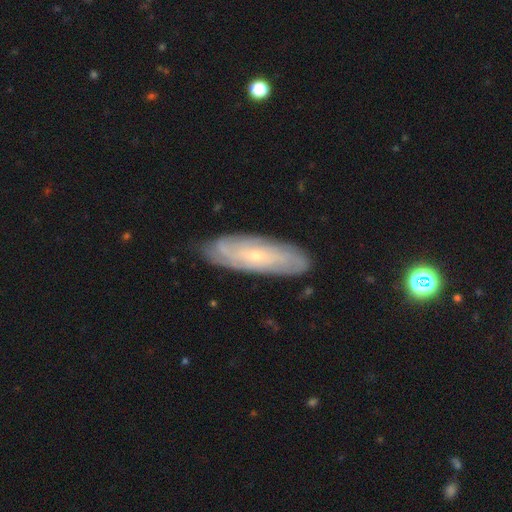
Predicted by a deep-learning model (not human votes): A featured or disk galaxy (71%) with no bar (73%), spiral arms (88%) and a small central bulge (81%).

Vote fractions:
- Smooth or featured? featured or disk: 71% / smooth: 23% / star or artifact: 7%
- Edge-on disk? no: 80% / yes: 20%
- Bar? no: 73% / weak: 22% / strong: 5%
- Spiral arms? yes: 88% / no: 12%
- Bulge size? small: 81% / moderate: 16% / none: 2% / large: 1% / dominant: 1%
- Merging? none: 83% / minor disturbance: 13% / major disturbance: 2% / merger: 1%